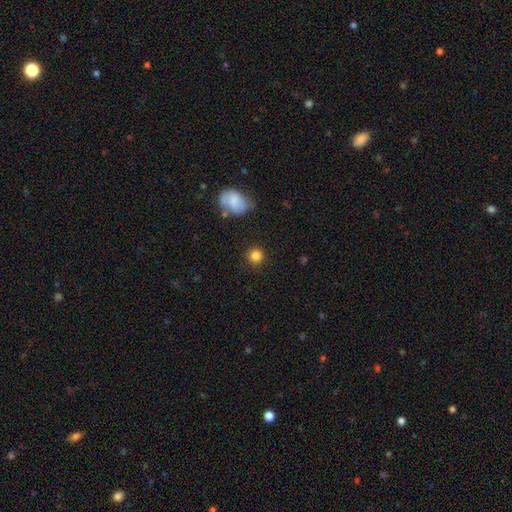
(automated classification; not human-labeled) smooth 83%, star or artifact 11%, featured or disk 6%. Down the decision tree: how rounded — round (92%); merging — none (89%).